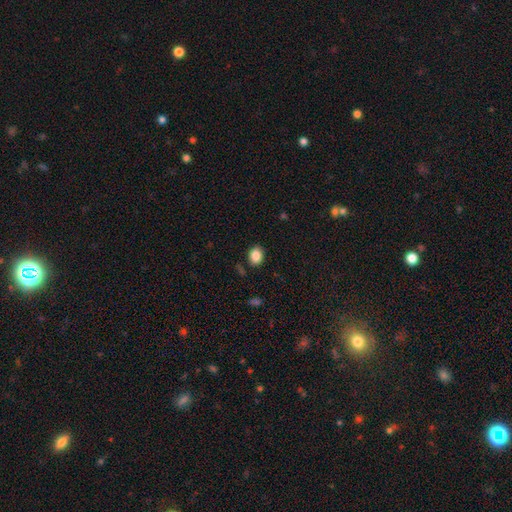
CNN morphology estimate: Smooth or featured: smooth — 87% (star or artifact — 9%)
How rounded: in between — 61% (round — 38%)
Merging: none — 86% (minor disturbance — 10%)